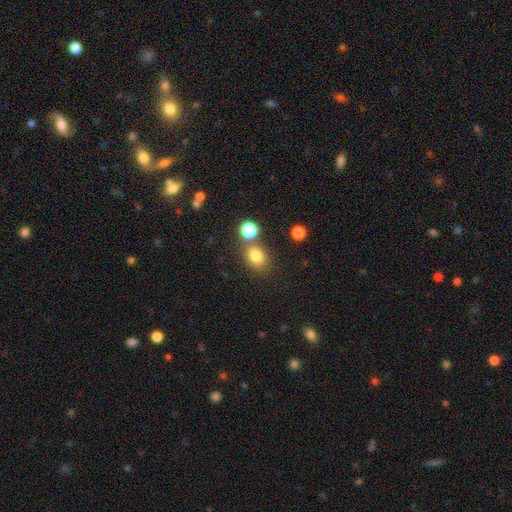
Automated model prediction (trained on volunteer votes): A smooth galaxy with no disk features (79%) that is in between round and cigar-shaped (51%).

Vote fractions:
- Smooth or featured? smooth: 79% / star or artifact: 14% / featured or disk: 7%
- How rounded? in between: 51% / round: 48% / cigar-shaped: 1%
- Merging? none: 71% / merger: 14% / minor disturbance: 12% / major disturbance: 4%